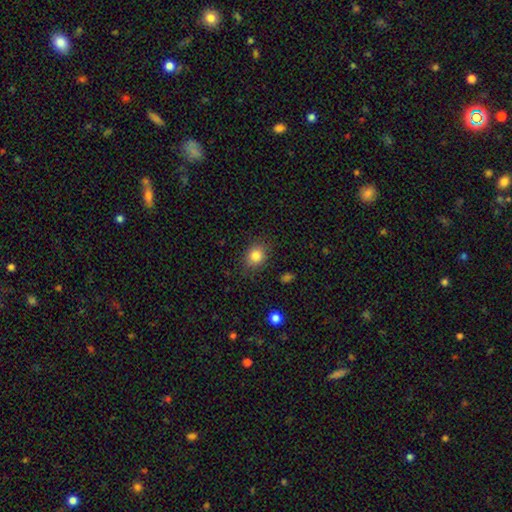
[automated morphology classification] Smooth or featured?
  - smooth: 83% *
  - star or artifact: 10%
  - featured or disk: 7%
How rounded?
  - round: 55% *
  - in between: 44%
  - cigar-shaped: 1%
Merging?
  - none: 82% *
  - minor disturbance: 13%
  - major disturbance: 3%
  - merger: 1%